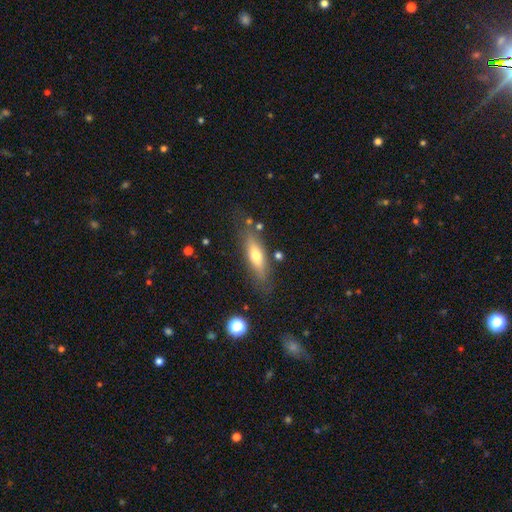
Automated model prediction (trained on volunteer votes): This is possibly a smooth galaxy (56%). How rounded: possibly cigar-shaped (59%). Merging: likely none (76%).